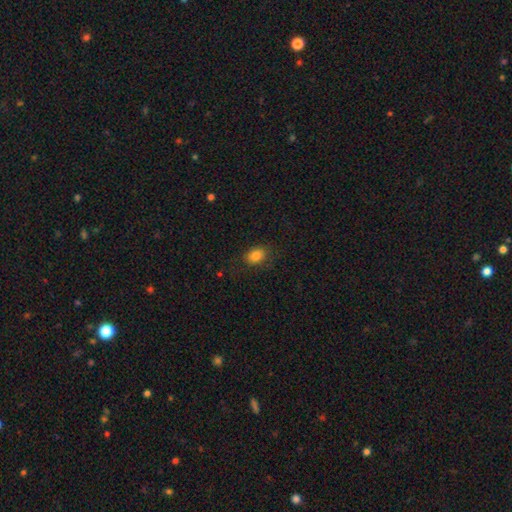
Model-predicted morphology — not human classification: type=smooth (83%); roundness=in between (69%); merging=none (81%).